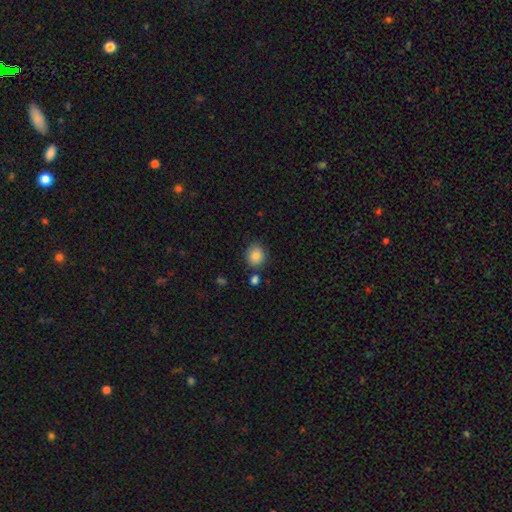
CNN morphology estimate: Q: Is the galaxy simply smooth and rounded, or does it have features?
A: smooth — 85%.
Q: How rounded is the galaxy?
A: round — 80%.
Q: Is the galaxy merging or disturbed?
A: none — 81%.